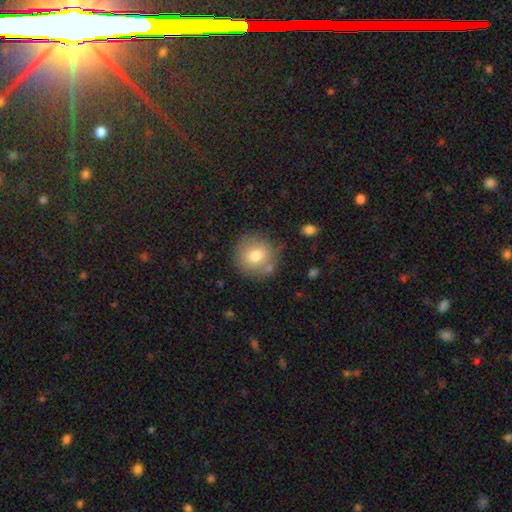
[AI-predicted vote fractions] A smooth galaxy with no disk features (75%) that is round (92%). Merging: none (79%).